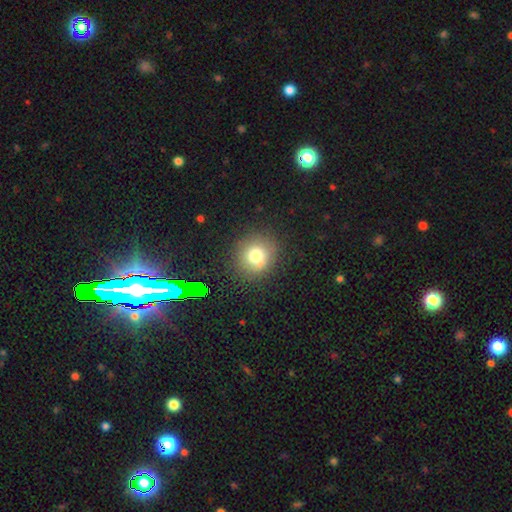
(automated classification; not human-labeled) Smooth or featured: smooth — 73% (star or artifact — 16%)
How rounded: round — 87% (in between — 12%)
Merging: none — 83% (minor disturbance — 11%)